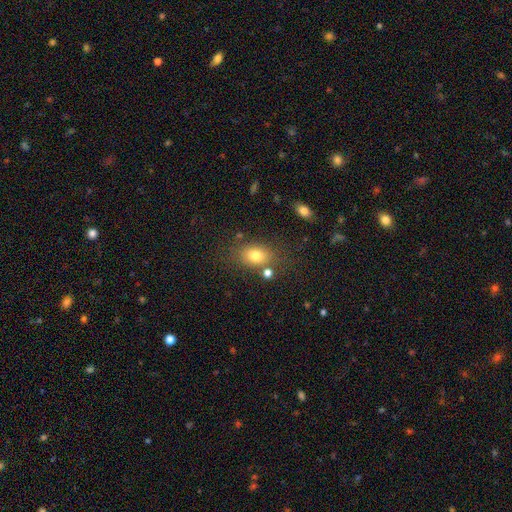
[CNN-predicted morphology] Overall: smooth (76%). How rounded: in between (73%). Merging: none (71%).